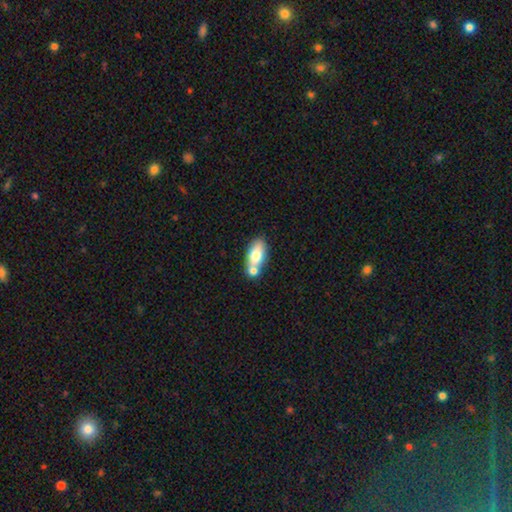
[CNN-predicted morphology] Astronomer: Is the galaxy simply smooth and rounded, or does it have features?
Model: smooth — 70%.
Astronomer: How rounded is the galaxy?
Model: in between — 84%.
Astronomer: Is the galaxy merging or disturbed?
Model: none — 49% (runner-up: merger, 35%).